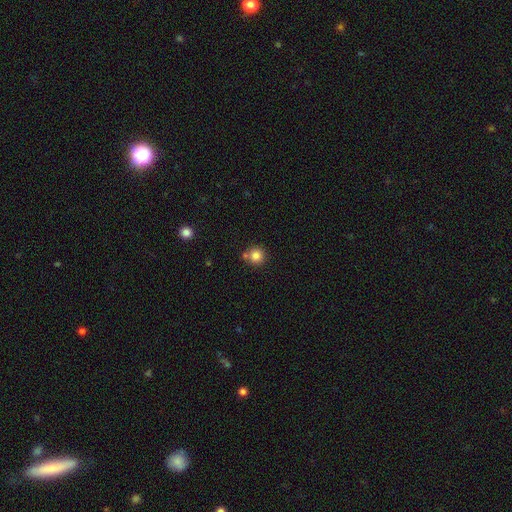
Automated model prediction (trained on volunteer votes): This is clearly a smooth galaxy (82%). How rounded: clearly round (93%). Merging: likely none (70%).